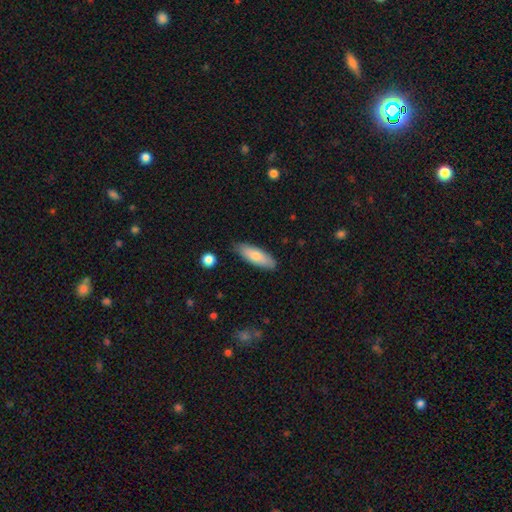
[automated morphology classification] smooth 76%, featured or disk 18%, star or artifact 6%. Down the decision tree: how rounded — in between (56%); merging — none (83%).